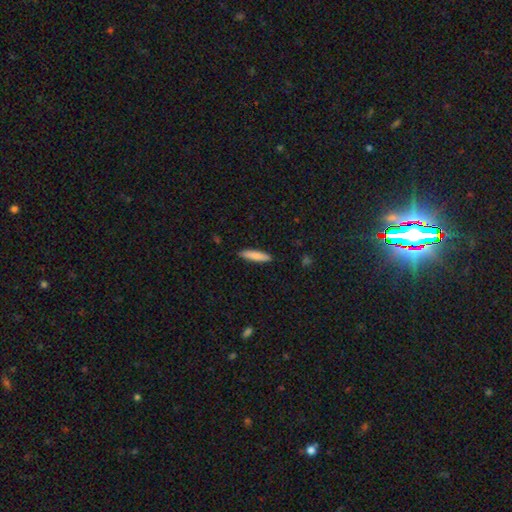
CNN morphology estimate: smooth_or_featured: smooth (p=0.84) [alt: featured or disk p=0.11]
how_rounded: cigar-shaped (p=0.84) [alt: in between p=0.15]
merging: none (p=0.89) [alt: minor disturbance p=0.08]